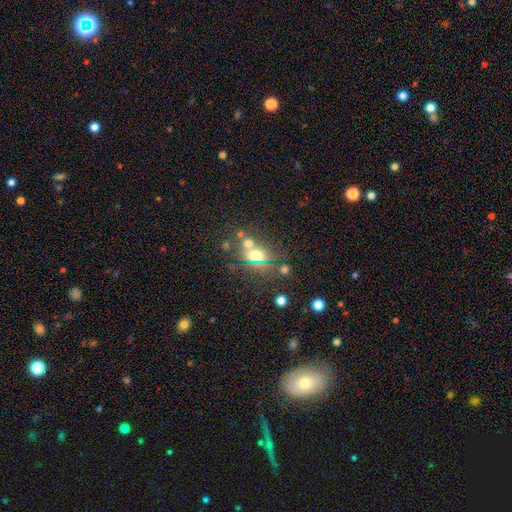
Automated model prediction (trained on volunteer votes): smooth 54%, star or artifact 28%, featured or disk 18%. Down the decision tree: how rounded — round (61%); merging — none (52%).